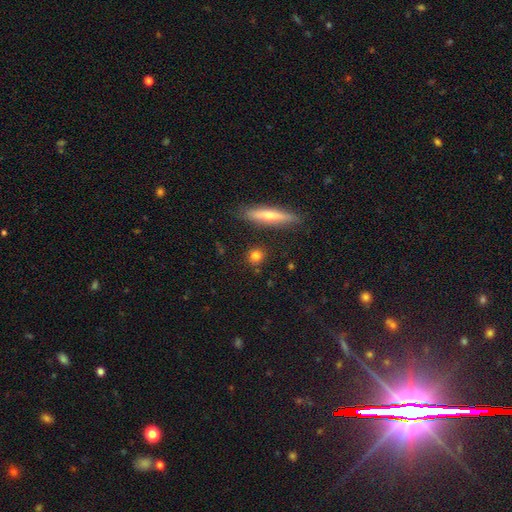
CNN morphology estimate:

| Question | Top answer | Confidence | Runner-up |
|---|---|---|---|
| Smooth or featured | smooth | 75% | featured or disk (14%) |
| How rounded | round | 74% | in between (15%) |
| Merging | none | 86% | minor disturbance (8%) |